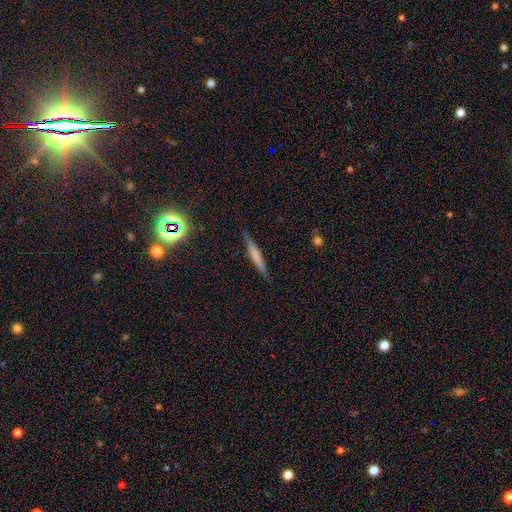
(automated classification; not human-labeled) This appears to be a smooth galaxy with no disk features (56%) that is cigar-shaped (94%). Merging: none (86%).